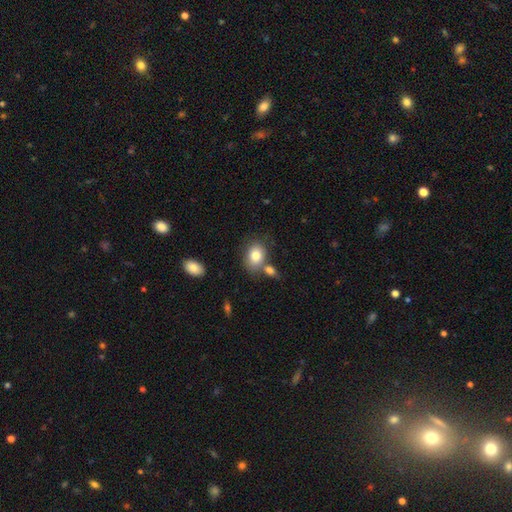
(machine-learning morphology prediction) Overall: smooth (81%). How rounded: in between (68%; round 31%). Merging: none (59%; merger 23%).